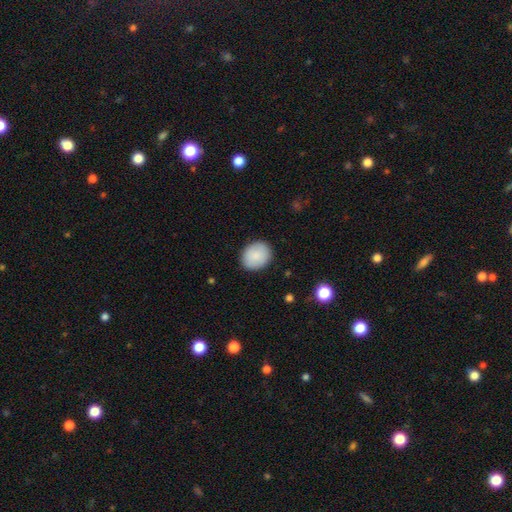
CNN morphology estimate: A smooth galaxy with no disk features (87%) that is round (62%).

Vote fractions:
- Smooth or featured? smooth: 87% / star or artifact: 7% / featured or disk: 6%
- How rounded? round: 62% / in between: 37% / cigar-shaped: 1%
- Merging? none: 88% / minor disturbance: 8% / major disturbance: 2% / merger: 1%